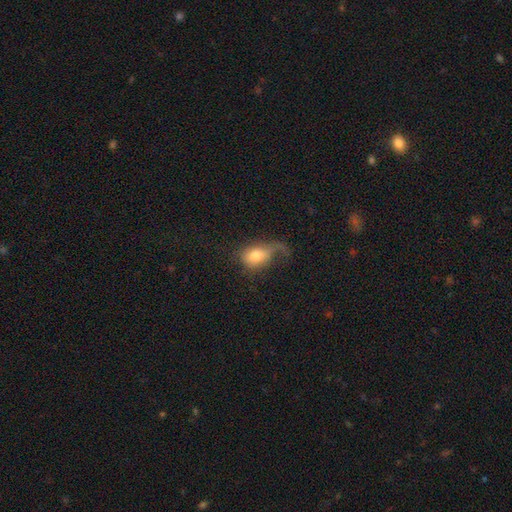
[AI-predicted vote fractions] A smooth galaxy with no disk features (72%) that is in between round and cigar-shaped (72%).

Vote fractions:
- Smooth or featured? smooth: 72% / featured or disk: 20% / star or artifact: 8%
- How rounded? in between: 72% / round: 25% / cigar-shaped: 3%
- Merging? major disturbance: 50% / none: 24% / minor disturbance: 21% / merger: 5%